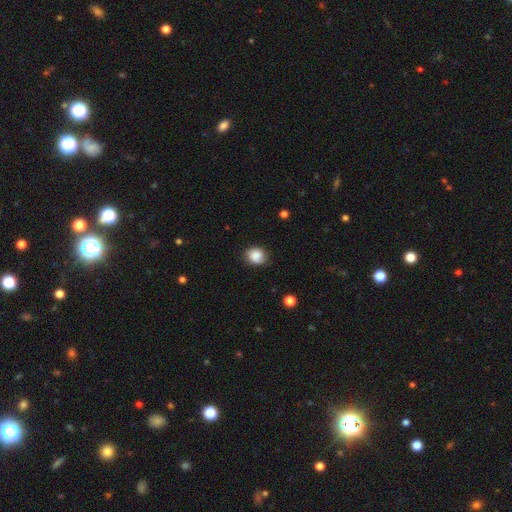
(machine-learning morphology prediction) smooth-or-featured: smooth: 84% | star or artifact: 9% | featured or disk: 7%
  how-rounded: round: 64% | in between: 35% | cigar-shaped: 1%
  merging: none: 77% | minor disturbance: 18% | major disturbance: 4% | merger: 1%